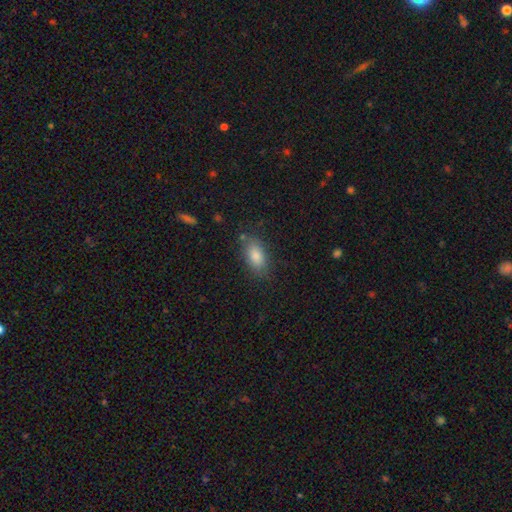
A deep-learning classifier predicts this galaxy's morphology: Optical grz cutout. It shows a smooth galaxy with no disk features (83%) that is in between round and cigar-shaped (89%). Merging: none (81%).